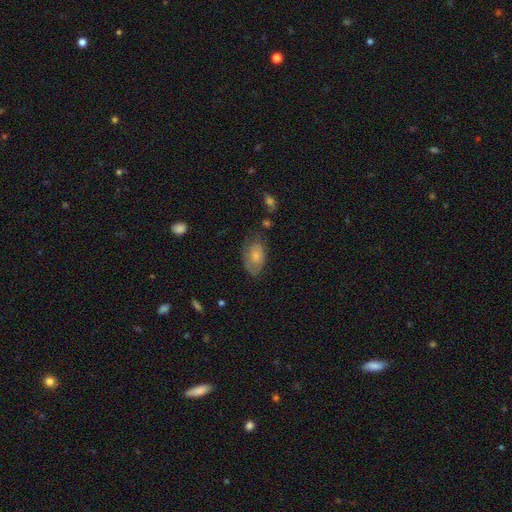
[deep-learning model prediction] A smooth galaxy with no disk features (61%) that is in between round and cigar-shaped (91%).

Vote fractions:
- Smooth or featured? smooth: 61% / featured or disk: 31% / star or artifact: 7%
- How rounded? in between: 91% / round: 7% / cigar-shaped: 2%
- Merging? none: 59% / minor disturbance: 28% / major disturbance: 11% / merger: 3%